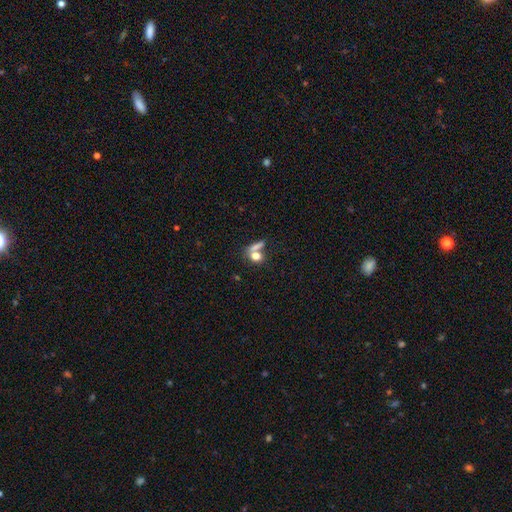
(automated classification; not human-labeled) This appears to be a smooth galaxy with no disk features (71%) that is round (54%). Merging: merger (42%).